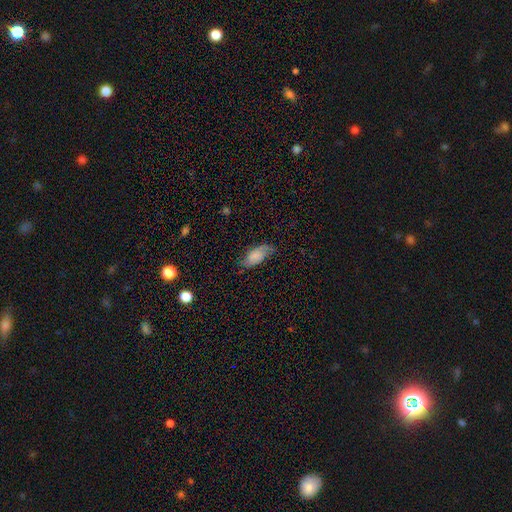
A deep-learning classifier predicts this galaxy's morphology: Q: Smooth or featured?
A: smooth (60%); runner-up: featured or disk (32%)
Q: How rounded?
A: in between (91%); runner-up: cigar-shaped (6%)
Q: Merging?
A: none (67%); runner-up: minor disturbance (24%)